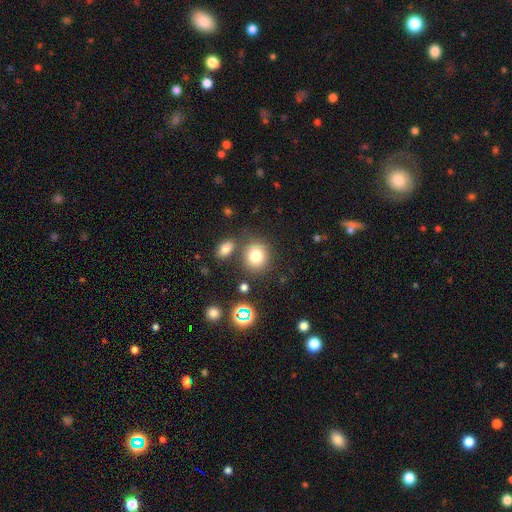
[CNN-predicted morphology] smooth-or-featured: smooth: 77% | star or artifact: 14% | featured or disk: 9%
  how-rounded: round: 79% | in between: 20% | cigar-shaped: 1%
  merging: none: 75% | merger: 11% | minor disturbance: 10% | major disturbance: 4%